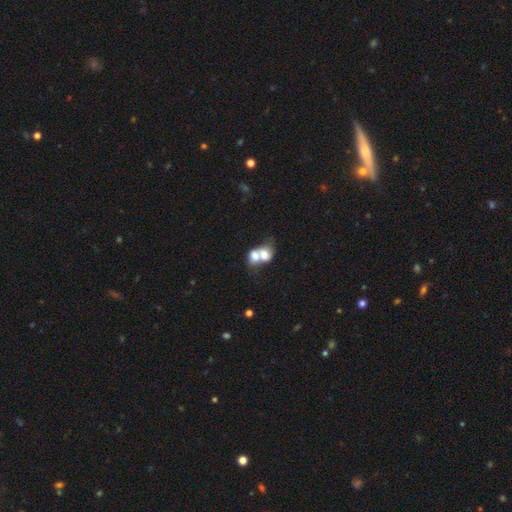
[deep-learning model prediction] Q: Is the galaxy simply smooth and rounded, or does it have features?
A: smooth — 65%.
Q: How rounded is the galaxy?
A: in between — 55%.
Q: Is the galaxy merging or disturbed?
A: merger — 76%.